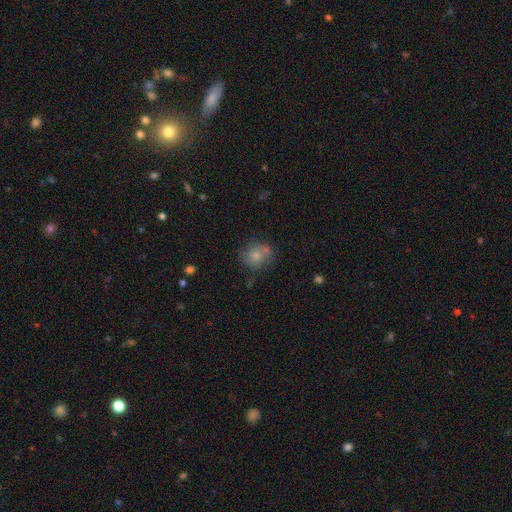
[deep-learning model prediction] Smooth or featured: smooth — 67% (featured or disk — 22%)
How rounded: round — 73% (in between — 26%)
Merging: none — 51% (merger — 21%)